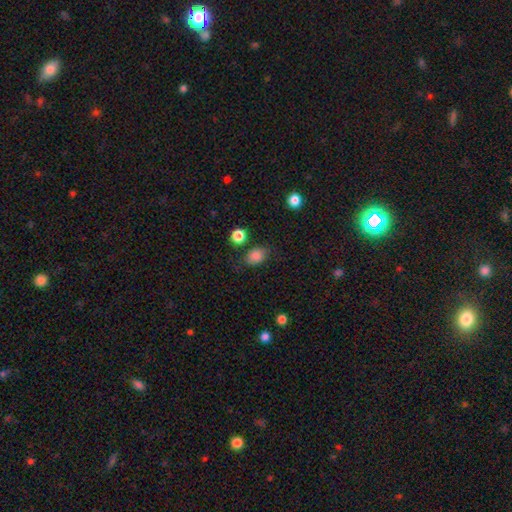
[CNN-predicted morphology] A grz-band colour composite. It shows a smooth galaxy with no disk features (83%) that is in between round and cigar-shaped (67%). Merging: none (70%).